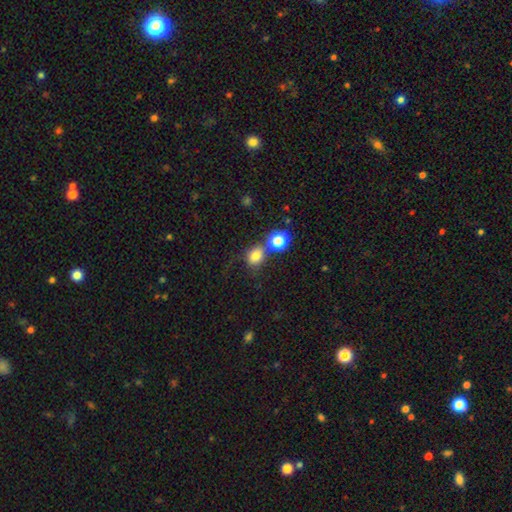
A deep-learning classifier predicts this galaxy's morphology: smooth 77%, star or artifact 15%, featured or disk 8%. Down the decision tree: how rounded — round (57%); merging — none (55%).